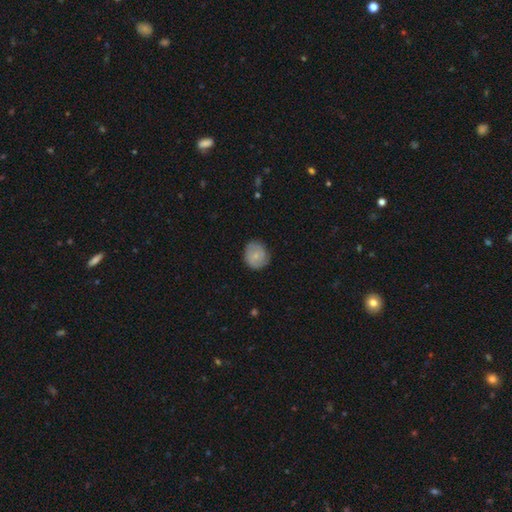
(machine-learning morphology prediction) Q: Smooth or featured?
A: smooth (67%); runner-up: featured or disk (26%)
Q: How rounded?
A: round (82%); runner-up: in between (17%)
Q: Merging?
A: none (78%); runner-up: minor disturbance (17%)